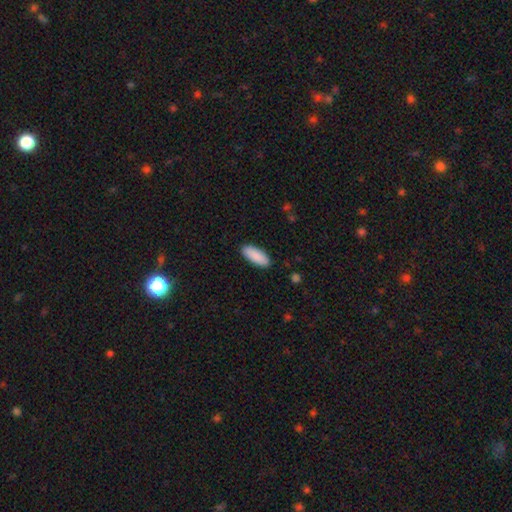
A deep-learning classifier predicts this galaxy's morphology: This is clearly a smooth galaxy (91%). How rounded: likely in between (77%). Merging: clearly none (90%).